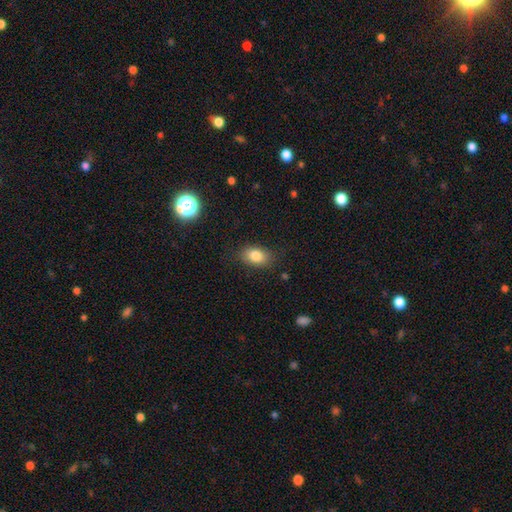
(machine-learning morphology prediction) The model was most divided on "how rounded": in between: 83%, round: 16%, cigar-shaped: 2%. More confident: merging — none (82%); smooth or featured — smooth (82%).